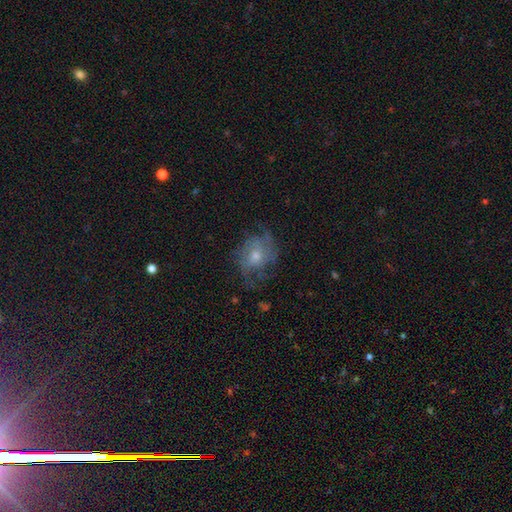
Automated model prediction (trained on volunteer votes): Morphology: type=featured or disk (58%); edge-on=no (96%); bar=no (76%); spiral arms=yes (76%); bulge=moderate (53%); merging=none (61%).